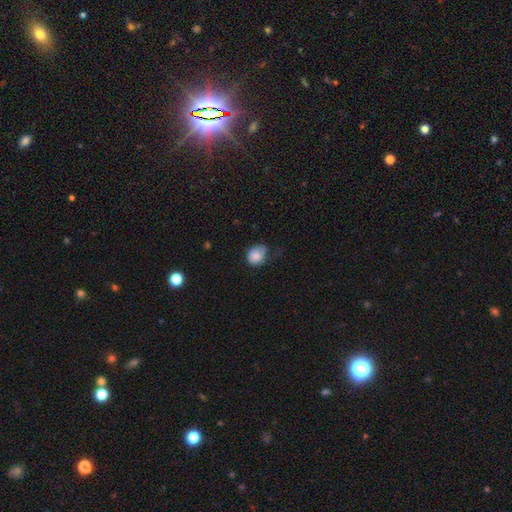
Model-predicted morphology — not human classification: type=smooth (82%); roundness=round (59%); merging=minor disturbance (40%).